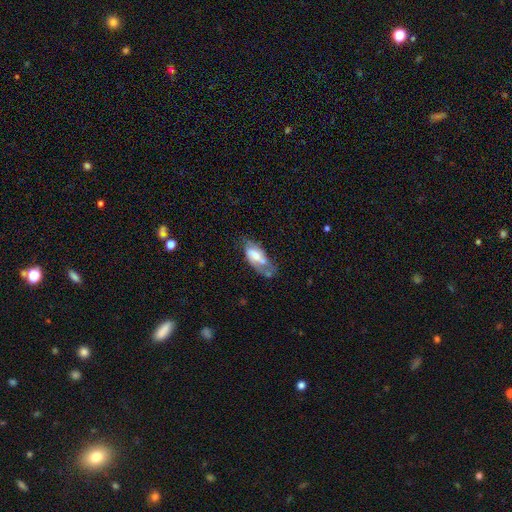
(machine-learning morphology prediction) type=featured or disk (53%); edge-on=no (89%); merging=none (41%).